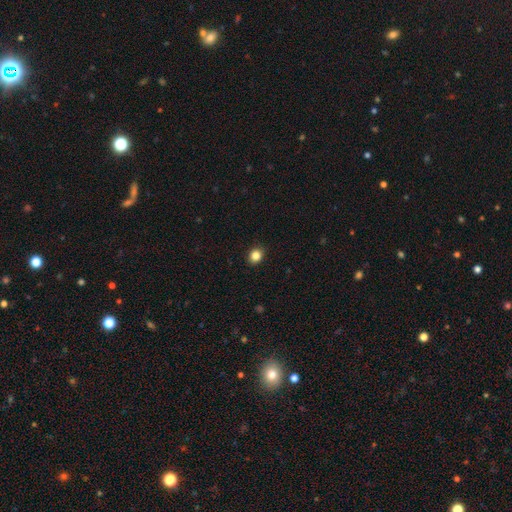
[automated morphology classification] smooth-or-featured: smooth: 85% | star or artifact: 11% | featured or disk: 4%
  how-rounded: round: 65% | in between: 34% | cigar-shaped: 1%
  merging: none: 91% | minor disturbance: 7% | major disturbance: 2% | merger: 1%